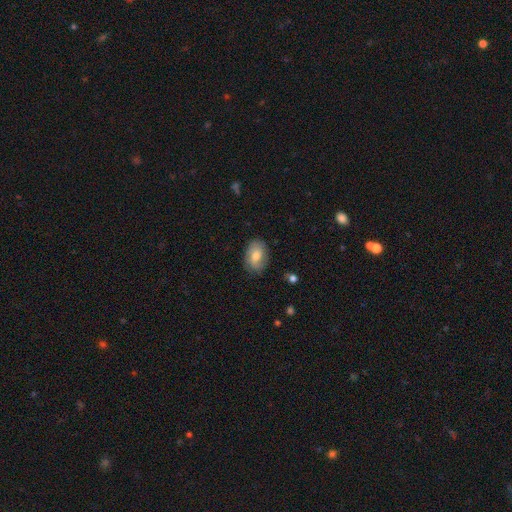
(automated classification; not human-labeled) Smooth or featured?
  - smooth: 69% *
  - featured or disk: 24%
  - star or artifact: 7%
How rounded?
  - in between: 84% *
  - round: 15%
  - cigar-shaped: 1%
Merging?
  - none: 81% *
  - minor disturbance: 14%
  - major disturbance: 3%
  - merger: 1%